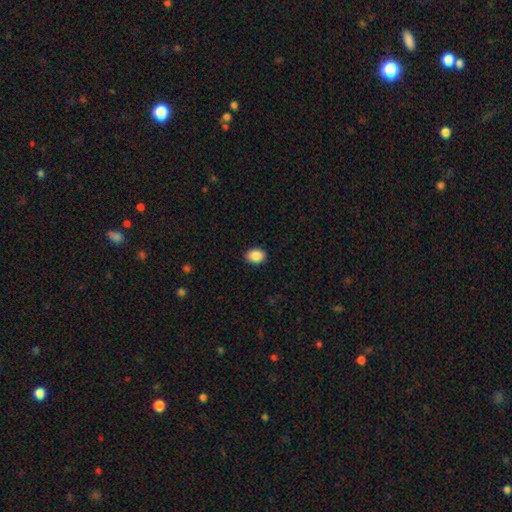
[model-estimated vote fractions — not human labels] The model was most divided on "how rounded": in between: 68%, round: 31%, cigar-shaped: 1%. More confident: merging — none (90%); smooth or featured — smooth (89%).